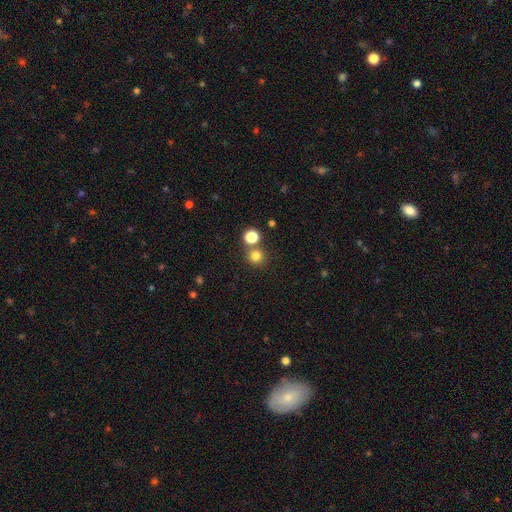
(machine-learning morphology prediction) The model was most divided on "merging": none: 69%, merger: 22%, minor disturbance: 7%, major disturbance: 3%. More confident: how rounded — round (92%); smooth or featured — smooth (79%).